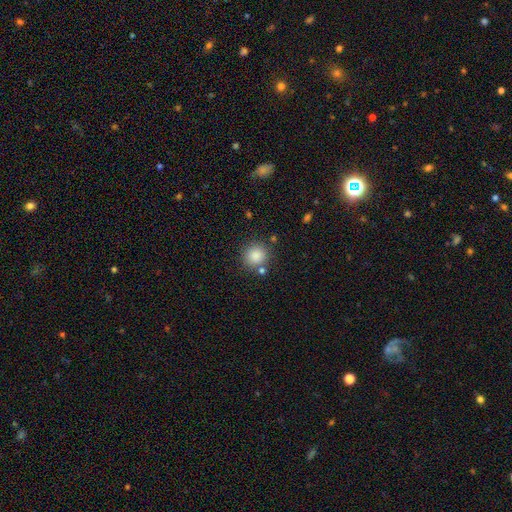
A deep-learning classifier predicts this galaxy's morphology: Smooth or featured? Predicted: smooth (p=0.86). How rounded? Predicted: round (p=0.92). Merging? Predicted: none (p=0.81).